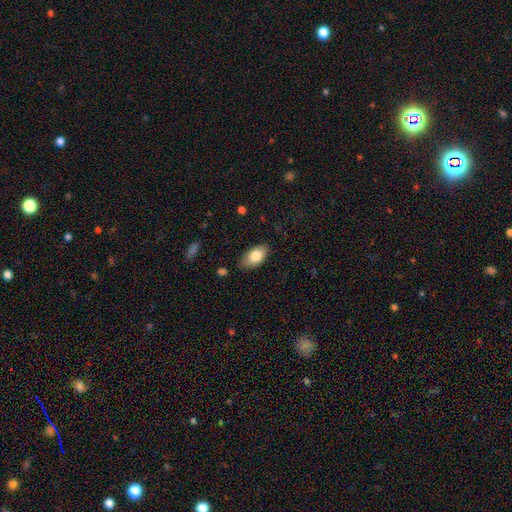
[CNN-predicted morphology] Smooth or featured? smooth (81%)
How rounded? in between (93%)
Merging? none (77%)